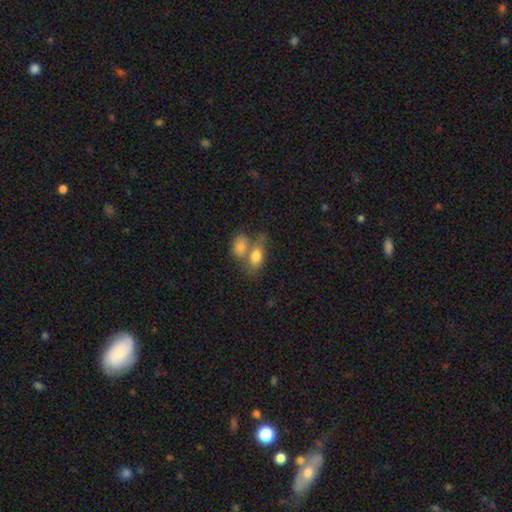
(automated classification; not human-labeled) This appears to be a smooth galaxy with no disk features (78%) that is in between round and cigar-shaped (81%). Merging: merger (58%).